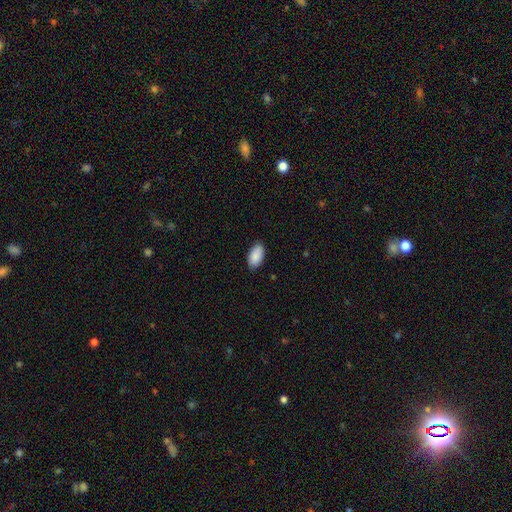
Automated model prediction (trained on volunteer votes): Morphology: type=smooth (89%); roundness=in between (95%); merging=none (85%).